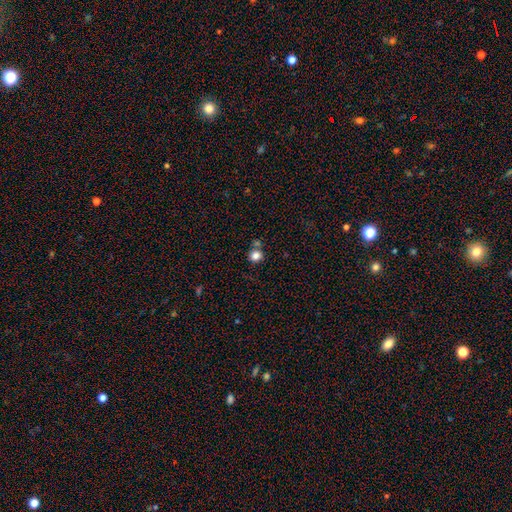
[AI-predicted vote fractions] Smooth or featured? Predicted: smooth (p=0.82). How rounded? Predicted: round (p=0.88). Merging? Predicted: none (p=0.70).